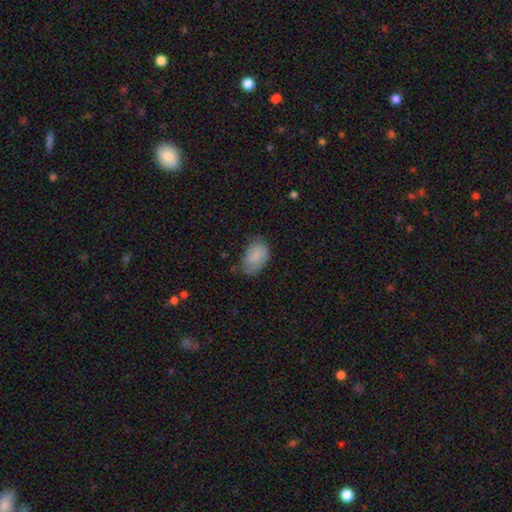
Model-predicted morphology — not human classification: Q: Smooth or featured?
A: smooth (77%); runner-up: featured or disk (15%)
Q: How rounded?
A: in between (90%); runner-up: round (9%)
Q: Merging?
A: none (59%); runner-up: minor disturbance (30%)